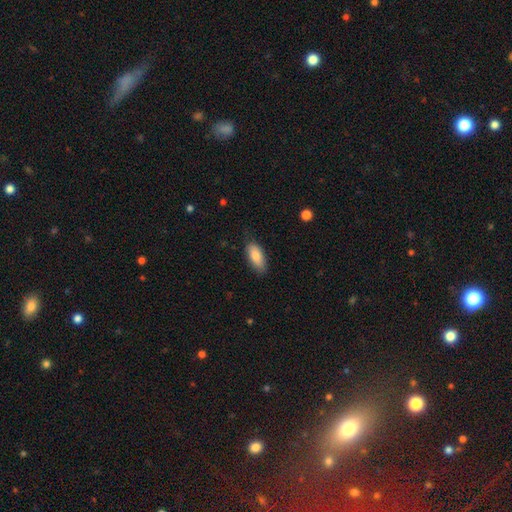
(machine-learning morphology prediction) Smooth or featured? Predicted: smooth (p=0.86). How rounded? Predicted: in between (p=0.86). Merging? Predicted: none (p=0.79).